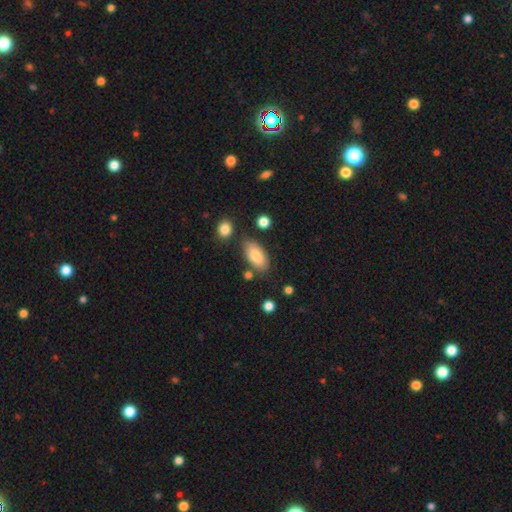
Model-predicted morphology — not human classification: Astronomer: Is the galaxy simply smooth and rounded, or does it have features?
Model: smooth — 80%.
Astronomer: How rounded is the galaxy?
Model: in between — 91%.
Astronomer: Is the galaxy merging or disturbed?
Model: none — 75%.